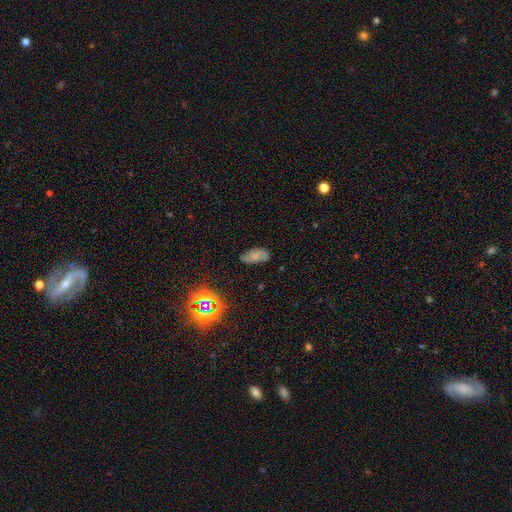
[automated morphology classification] Q: Smooth or featured?
A: smooth (54%); runner-up: featured or disk (31%)
Q: How rounded?
A: in between (91%); runner-up: cigar-shaped (5%)
Q: Merging?
A: none (72%); runner-up: minor disturbance (21%)